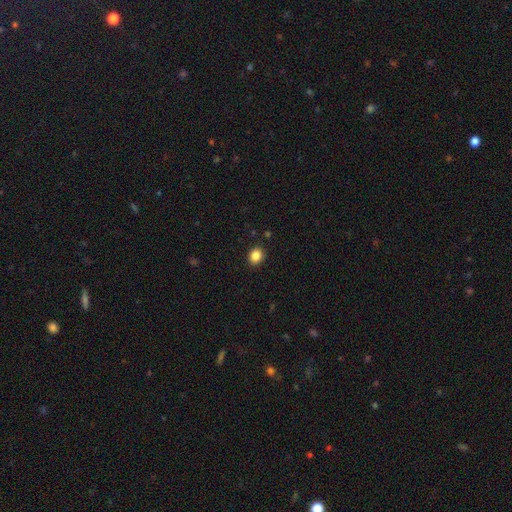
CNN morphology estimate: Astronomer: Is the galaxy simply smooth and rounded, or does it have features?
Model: smooth — 85%.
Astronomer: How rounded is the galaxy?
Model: round — 60% (runner-up: in between, 39%).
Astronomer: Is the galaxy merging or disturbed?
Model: none — 90%.